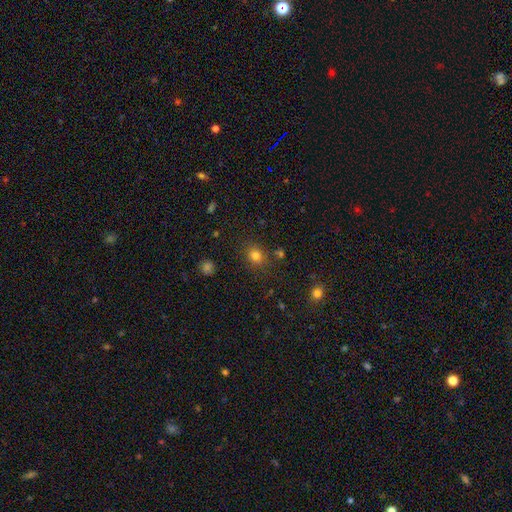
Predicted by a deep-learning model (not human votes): A smooth galaxy with no disk features (79%) that is round (75%).

Vote fractions:
- Smooth or featured? smooth: 79% / star or artifact: 15% / featured or disk: 6%
- How rounded? round: 75% / in between: 24% / cigar-shaped: 1%
- Merging? none: 83% / minor disturbance: 10% / merger: 4% / major disturbance: 4%